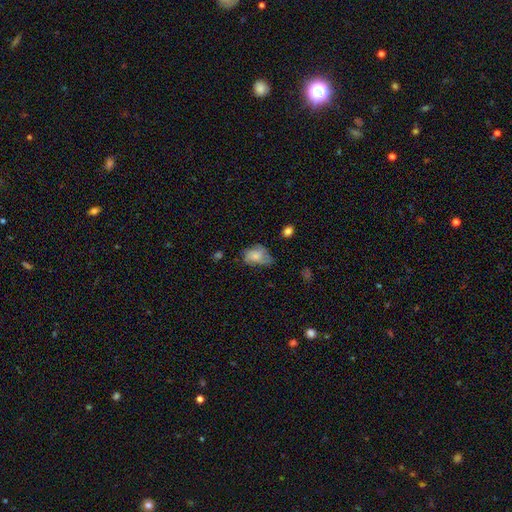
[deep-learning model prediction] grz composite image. It shows a smooth galaxy with no disk features (64%) that is in between round and cigar-shaped (80%). Merging: none (40%).